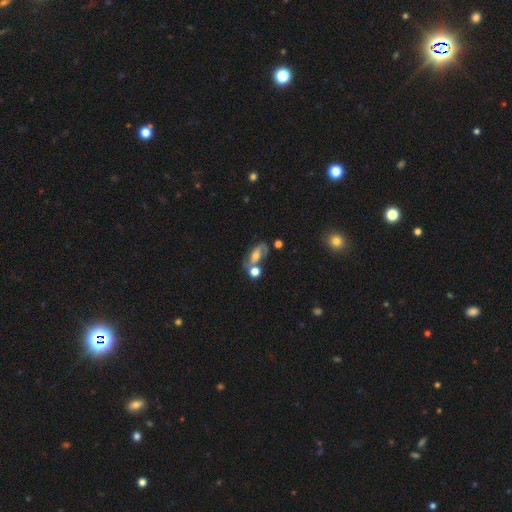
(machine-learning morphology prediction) featured or disk 60%, smooth 28%, star or artifact 12%. Down the decision tree: edge-on disk — no (93%); bar — no (55%); spiral arms — yes (81%); bulge size — moderate (49%); merging — none (44%).